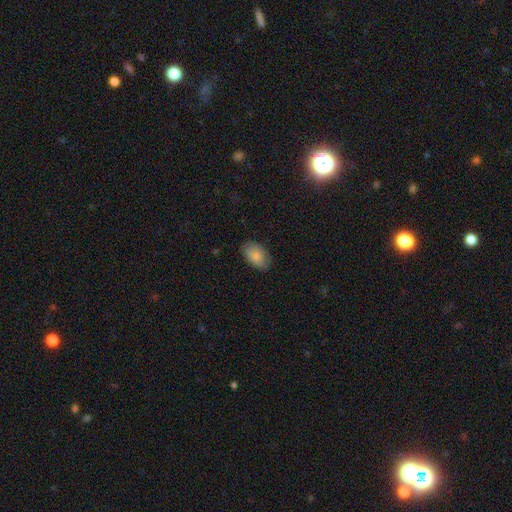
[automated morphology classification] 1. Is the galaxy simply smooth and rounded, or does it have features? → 82% smooth, 12% featured or disk, 7% star or artifact.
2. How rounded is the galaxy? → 92% in between, 7% round, 1% cigar-shaped.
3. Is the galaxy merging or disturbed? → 82% none, 14% minor disturbance, 3% major disturbance, 1% merger.